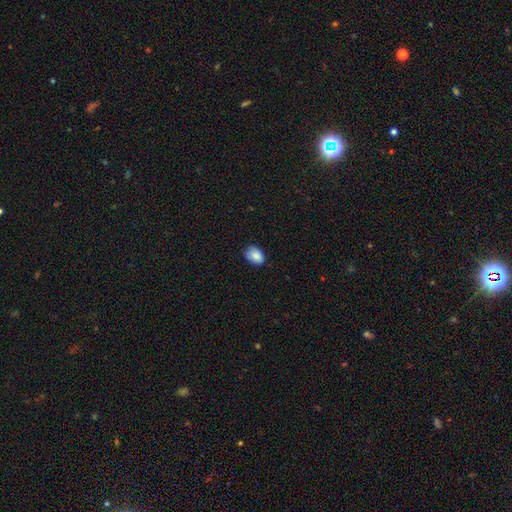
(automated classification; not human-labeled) Smooth or featured?
  - smooth: 87% *
  - star or artifact: 8%
  - featured or disk: 5%
How rounded?
  - in between: 78% *
  - round: 21%
  - cigar-shaped: 1%
Merging?
  - none: 75% *
  - minor disturbance: 21%
  - major disturbance: 3%
  - merger: 1%